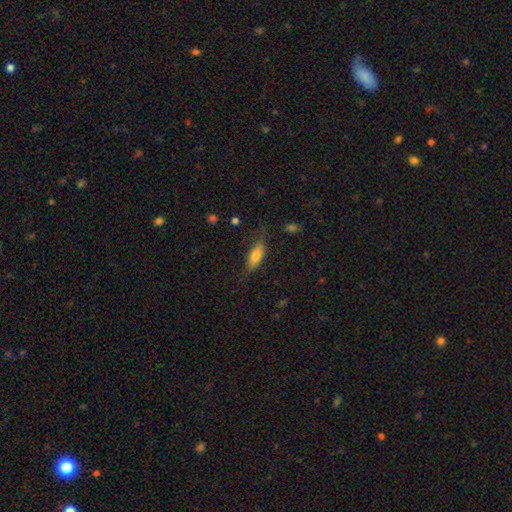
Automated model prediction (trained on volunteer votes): Overall: smooth (71%). How rounded: in between (67%; cigar-shaped 30%). Merging: none (65%; minor disturbance 25%).